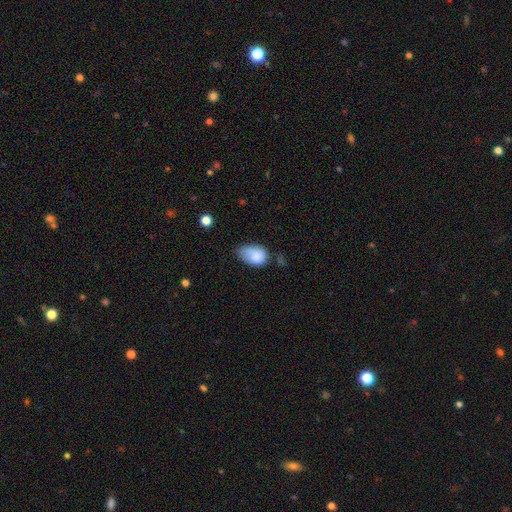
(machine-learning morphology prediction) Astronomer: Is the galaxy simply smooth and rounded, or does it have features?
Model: smooth — 81%.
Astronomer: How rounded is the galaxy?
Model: in between — 85%.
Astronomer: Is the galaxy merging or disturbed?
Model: minor disturbance — 44% (runner-up: none, 31%).